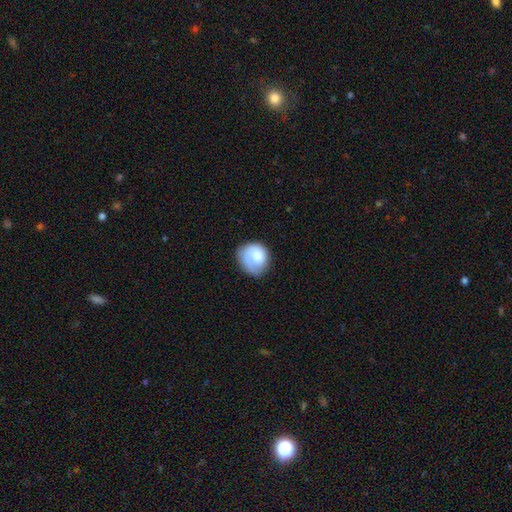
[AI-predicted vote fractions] Smooth or featured? Predicted: smooth (p=0.65). How rounded? Predicted: round (p=0.72). Merging? Predicted: none (p=0.61).